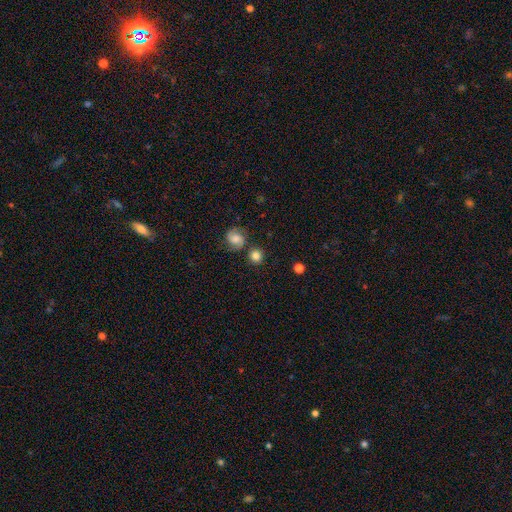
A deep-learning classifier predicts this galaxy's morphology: The model was most divided on "smooth or featured": smooth: 77%, featured or disk: 13%, star or artifact: 9%. More confident: how rounded — round (91%); merging — none (76%).